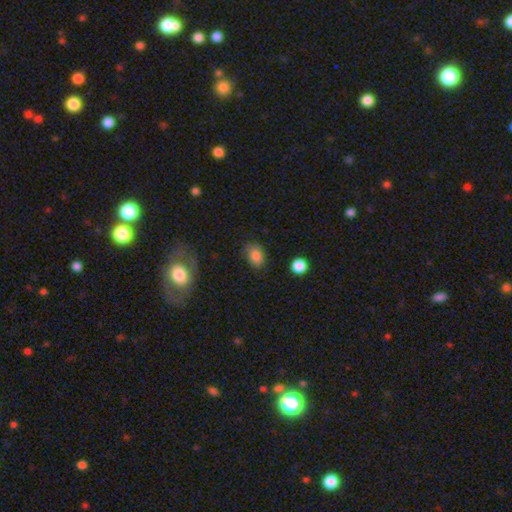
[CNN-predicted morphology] A smooth galaxy with no disk features (85%) that is in between round and cigar-shaped (76%).

Vote fractions:
- Smooth or featured? smooth: 85% / star or artifact: 10% / featured or disk: 5%
- How rounded? in between: 76% / round: 23% / cigar-shaped: 1%
- Merging? none: 77% / minor disturbance: 17% / major disturbance: 4% / merger: 2%